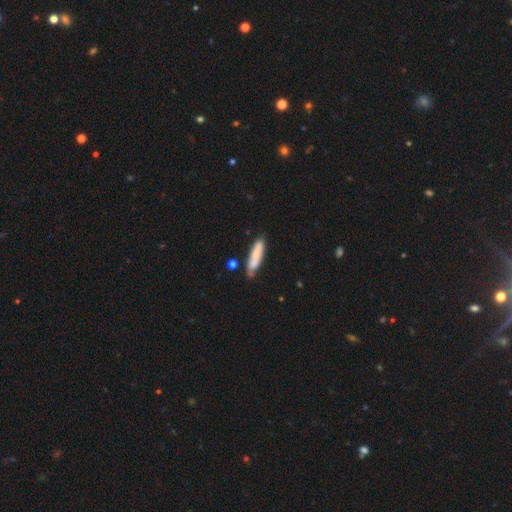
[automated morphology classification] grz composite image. It shows a smooth galaxy with no disk features (73%) that is cigar-shaped (77%). Merging: none (69%).